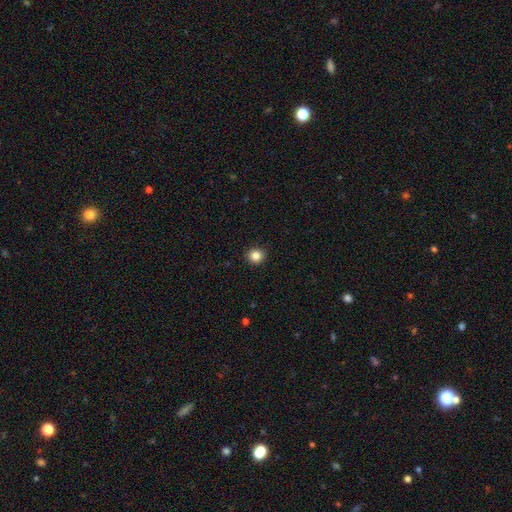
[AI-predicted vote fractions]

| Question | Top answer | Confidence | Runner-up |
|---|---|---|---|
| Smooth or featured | smooth | 85% | star or artifact (11%) |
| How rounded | round | 93% | in between (6%) |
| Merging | none | 93% | minor disturbance (5%) |